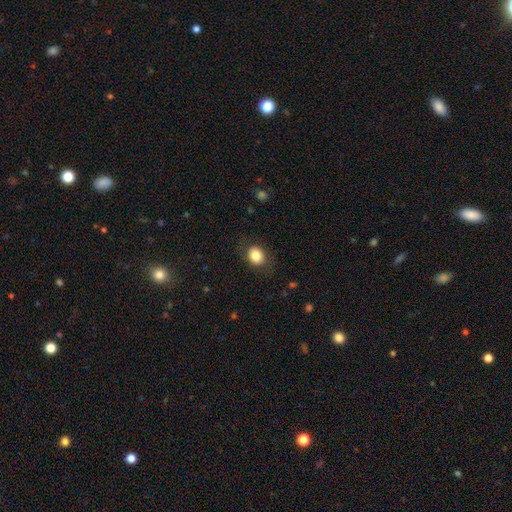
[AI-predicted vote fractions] Smooth or featured? Predicted: smooth (p=0.83). How rounded? Predicted: round (p=0.56). Merging? Predicted: none (p=0.83).